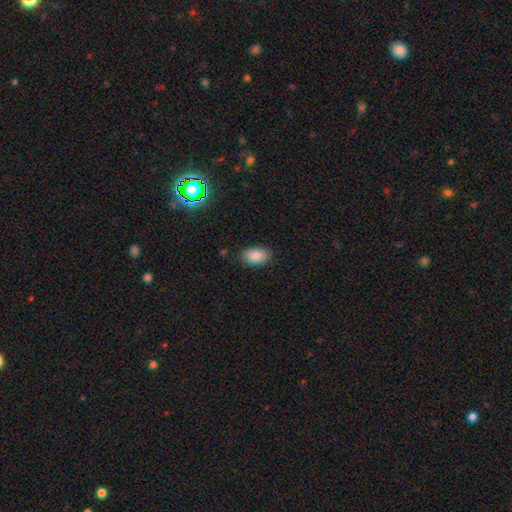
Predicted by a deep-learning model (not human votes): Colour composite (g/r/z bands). It shows a smooth galaxy with no disk features (86%) that is in between round and cigar-shaped (90%). Merging: none (86%).